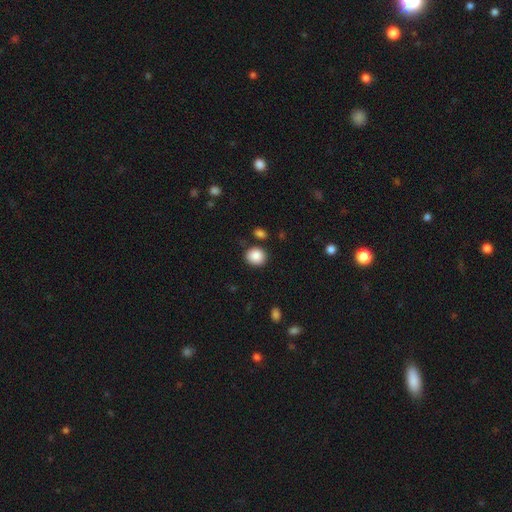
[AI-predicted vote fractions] smooth_or_featured: smooth (p=0.88) [alt: star or artifact p=0.08]
how_rounded: round (p=0.77) [alt: in between p=0.22]
merging: none (p=0.82) [alt: minor disturbance p=0.10]